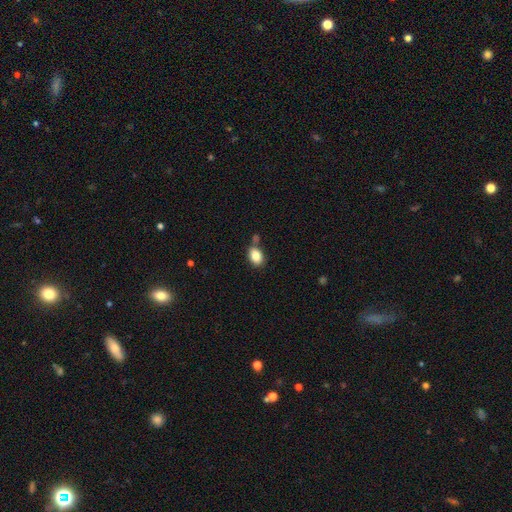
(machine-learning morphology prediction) The model was most divided on "merging": none: 68%, minor disturbance: 15%, merger: 14%, major disturbance: 4%. More confident: smooth or featured — smooth (84%); how rounded — in between (79%).